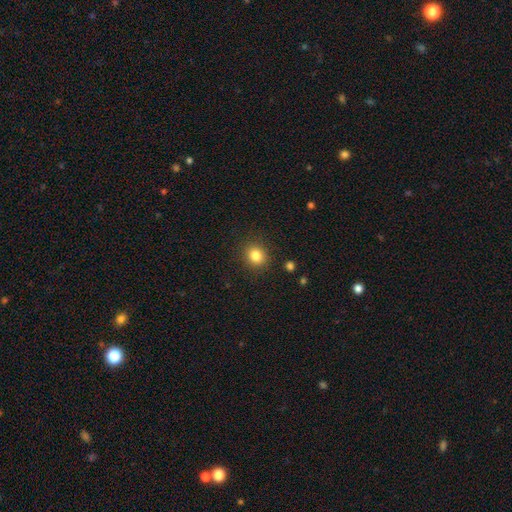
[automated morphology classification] Overall: smooth (83%). How rounded: round (80%). Merging: none (89%).